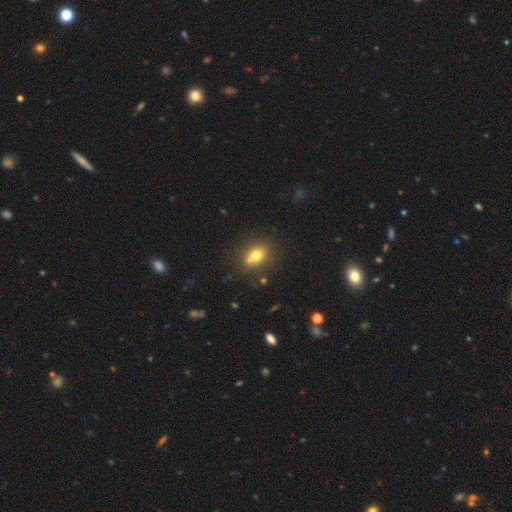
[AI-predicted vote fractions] This is likely a smooth galaxy (74%). How rounded: likely in between (63%). Merging: likely none (65%).